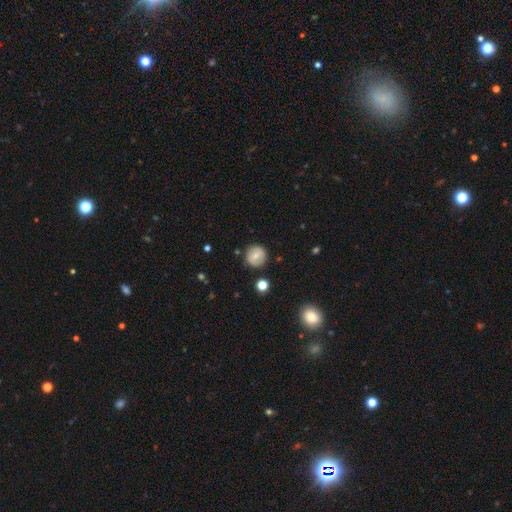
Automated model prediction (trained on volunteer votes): A smooth galaxy with no disk features (65%) that is round (93%). Merging: none (86%).